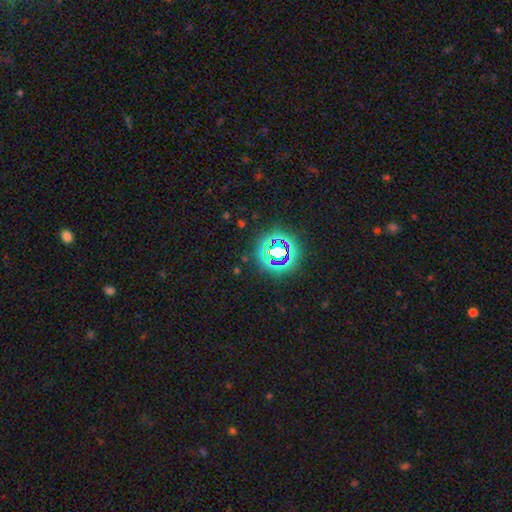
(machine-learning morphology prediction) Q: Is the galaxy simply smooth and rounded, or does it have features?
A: star or artifact — 75%.